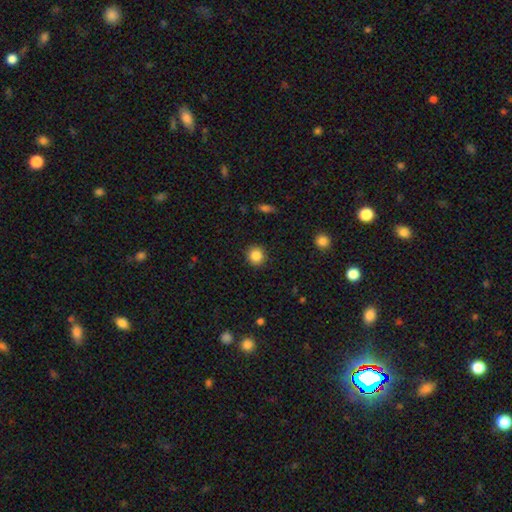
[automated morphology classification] smooth 85%, star or artifact 10%, featured or disk 5%. Down the decision tree: how rounded — round (90%); merging — none (90%).